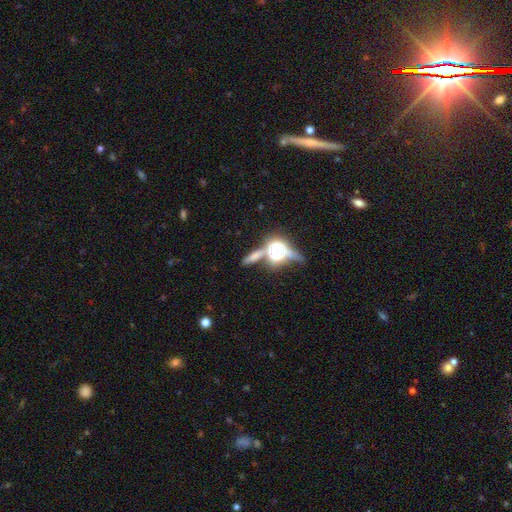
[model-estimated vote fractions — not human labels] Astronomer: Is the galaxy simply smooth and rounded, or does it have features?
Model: smooth — 43% (runner-up: star or artifact, 36%).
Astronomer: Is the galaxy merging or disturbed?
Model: none — 67%.